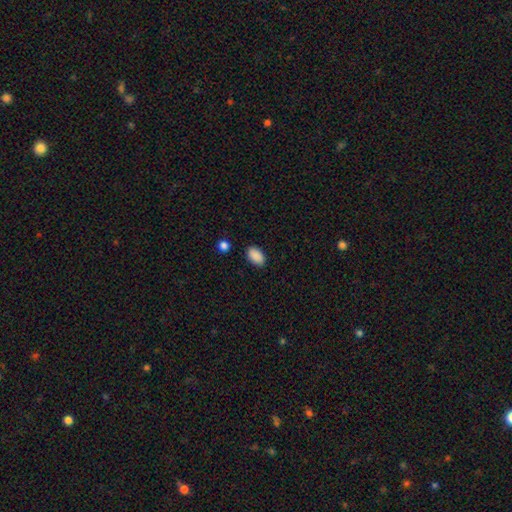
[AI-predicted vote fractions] This is clearly a smooth galaxy (89%). How rounded: clearly in between (91%). Merging: clearly none (86%).